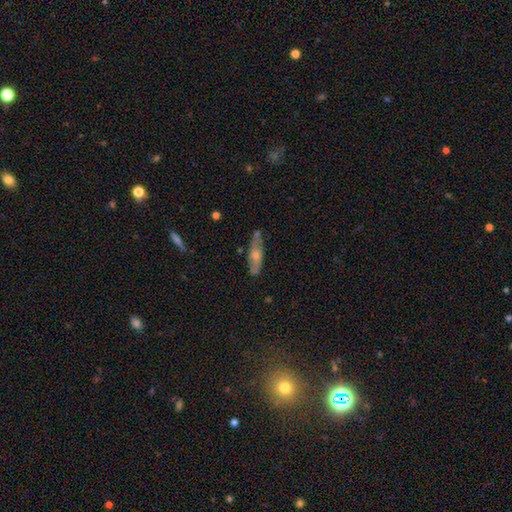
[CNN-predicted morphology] Smooth or featured: smooth — 59% (featured or disk — 34%)
How rounded: cigar-shaped — 56% (in between — 42%)
Merging: none — 67% (minor disturbance — 21%)